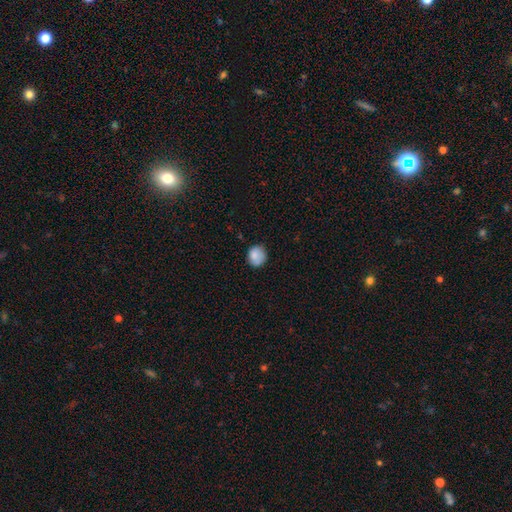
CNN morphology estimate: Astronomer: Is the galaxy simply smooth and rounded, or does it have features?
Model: smooth — 84%.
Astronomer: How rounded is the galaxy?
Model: round — 83%.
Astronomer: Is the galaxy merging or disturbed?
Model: none — 76%.